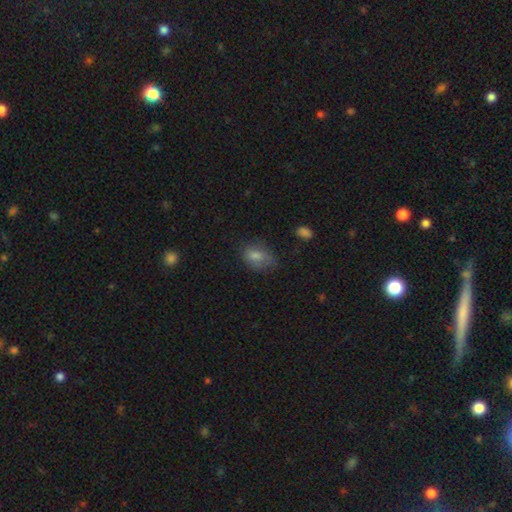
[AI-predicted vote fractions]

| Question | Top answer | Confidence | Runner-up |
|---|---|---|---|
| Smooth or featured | smooth | 74% | featured or disk (14%) |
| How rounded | in between | 81% | round (17%) |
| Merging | none | 56% | minor disturbance (31%) |